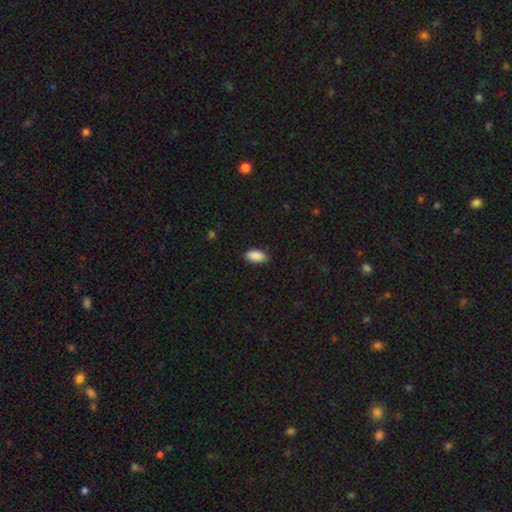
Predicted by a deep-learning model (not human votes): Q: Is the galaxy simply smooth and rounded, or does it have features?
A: smooth — 90%.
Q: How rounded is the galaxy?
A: in between — 93%.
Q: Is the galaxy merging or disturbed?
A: none — 85%.